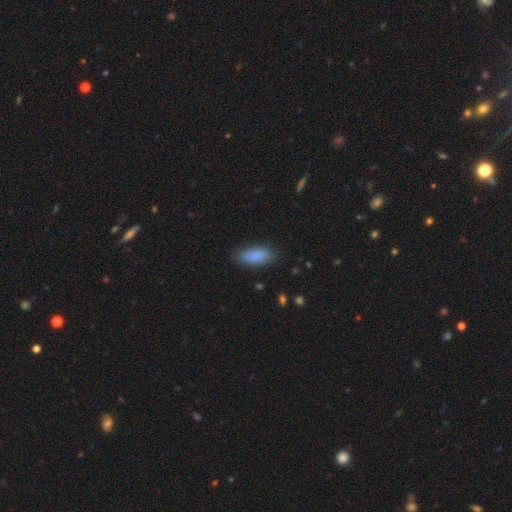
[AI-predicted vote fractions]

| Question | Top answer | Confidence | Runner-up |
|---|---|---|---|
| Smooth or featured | smooth | 88% | star or artifact (7%) |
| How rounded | in between | 77% | cigar-shaped (21%) |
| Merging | none | 84% | minor disturbance (12%) |